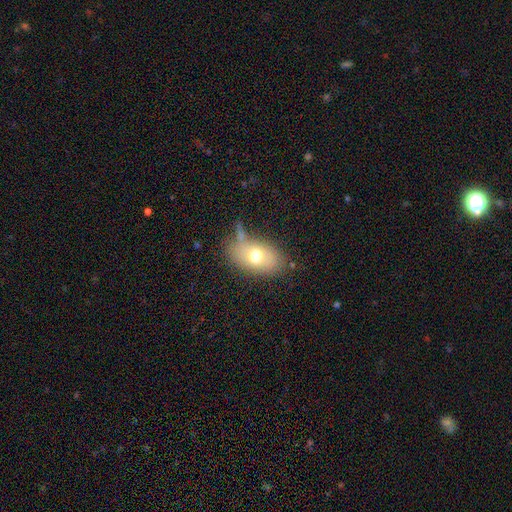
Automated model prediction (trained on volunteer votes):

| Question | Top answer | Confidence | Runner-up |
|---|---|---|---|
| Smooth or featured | smooth | 68% | featured or disk (22%) |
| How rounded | in between | 87% | round (12%) |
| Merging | none | 62% | minor disturbance (21%) |